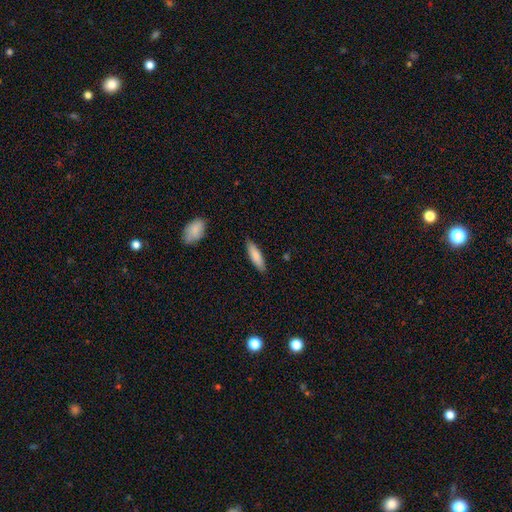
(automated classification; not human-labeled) This appears to be a smooth galaxy with no disk features (81%) that is cigar-shaped (63%). Merging: none (86%).